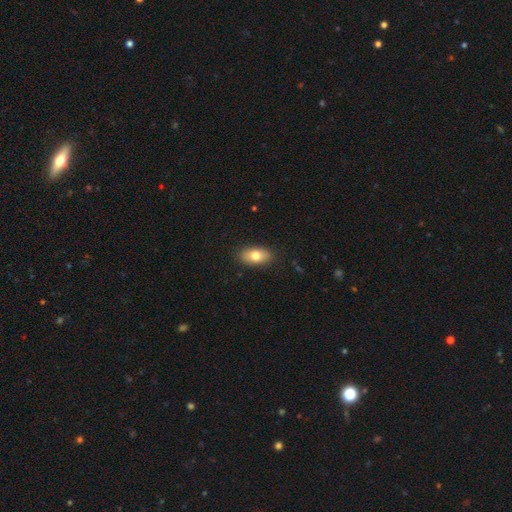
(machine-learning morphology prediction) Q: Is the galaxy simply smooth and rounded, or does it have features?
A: smooth — 77%.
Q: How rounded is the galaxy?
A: in between — 90%.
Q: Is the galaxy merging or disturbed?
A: none — 88%.